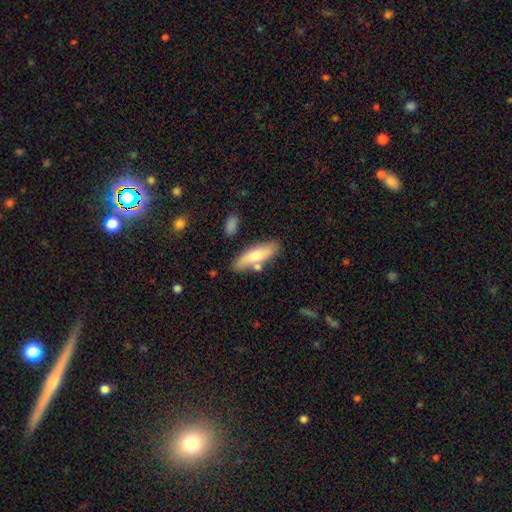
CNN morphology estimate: type=smooth (63%); roundness=cigar-shaped (50%); merging=none (74%).